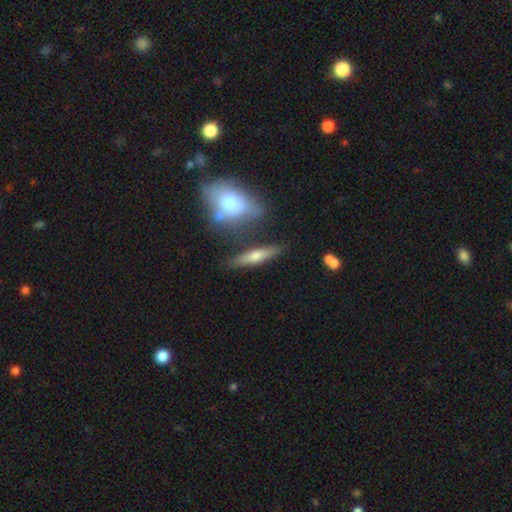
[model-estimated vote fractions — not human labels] Overall: smooth (52%; featured or disk 41%). How rounded: cigar-shaped (77%). Merging: none (77%).